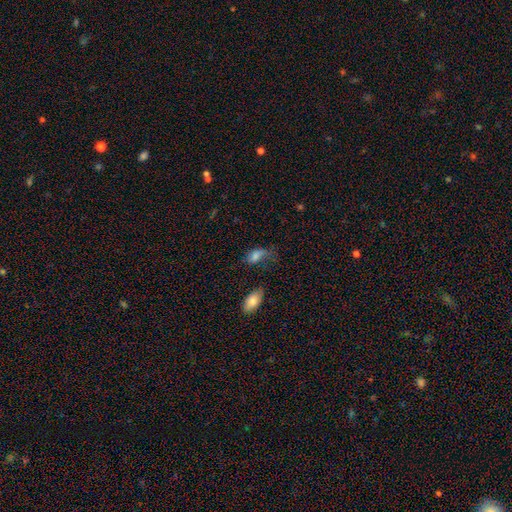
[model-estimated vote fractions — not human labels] Smooth or featured: smooth — 77% (featured or disk — 12%)
How rounded: in between — 88% (round — 7%)
Merging: none — 39% (minor disturbance — 32%)